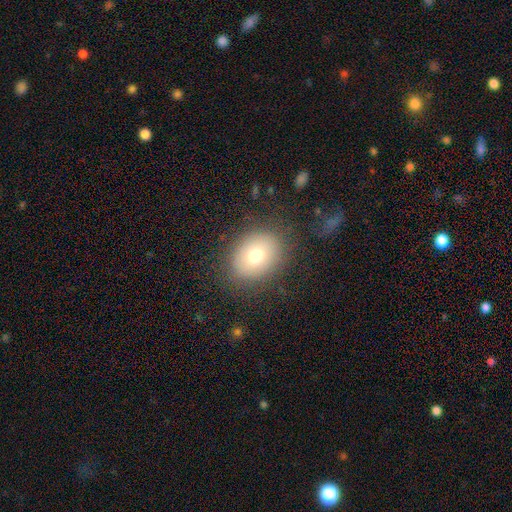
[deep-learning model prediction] Morphology: type=smooth (72%); roundness=in between (59%); merging=none (83%).